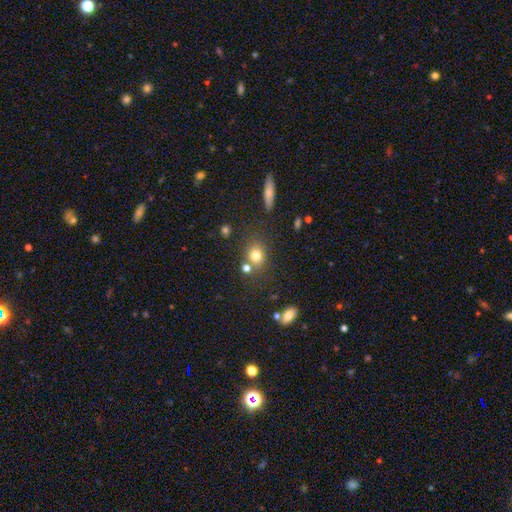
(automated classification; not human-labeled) Smooth or featured: smooth — 77% (star or artifact — 13%)
How rounded: round — 64% (in between — 34%)
Merging: none — 68% (merger — 15%)